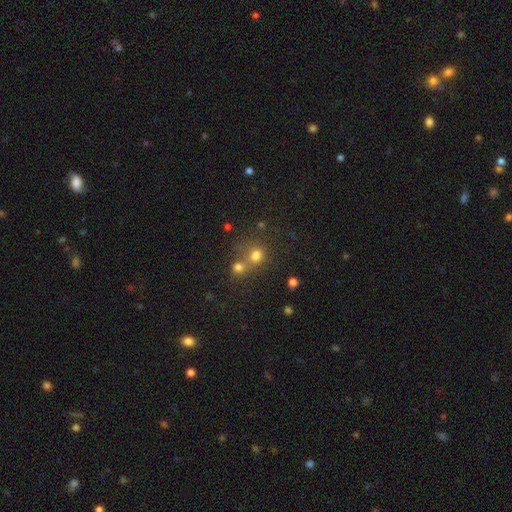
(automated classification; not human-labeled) Overall: smooth (69%). How rounded: round (80%). Merging: merger (47%; none 42%).